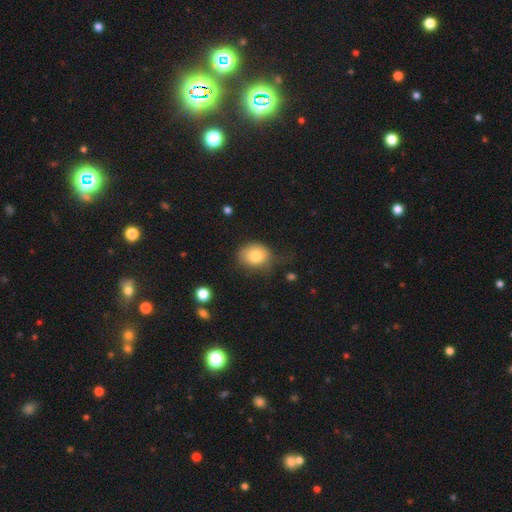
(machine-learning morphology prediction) A smooth galaxy with no disk features (79%) that is round (55%).

Vote fractions:
- Smooth or featured? smooth: 79% / featured or disk: 12% / star or artifact: 9%
- How rounded? round: 55% / in between: 44% / cigar-shaped: 1%
- Merging? none: 52% / minor disturbance: 30% / major disturbance: 15% / merger: 2%